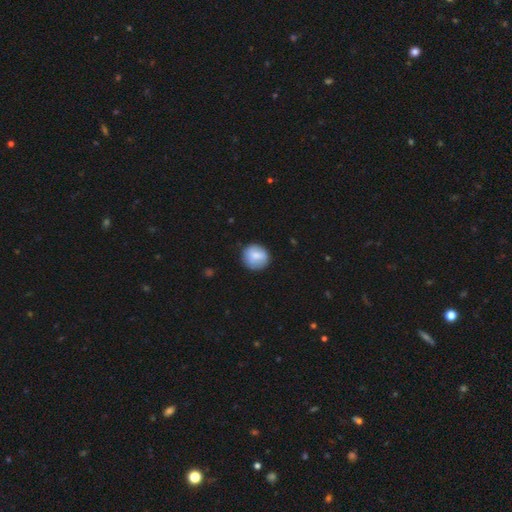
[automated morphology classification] The model was most divided on "smooth or featured": smooth: 77%, featured or disk: 16%, star or artifact: 7%. More confident: how rounded — round (90%); merging — none (83%).